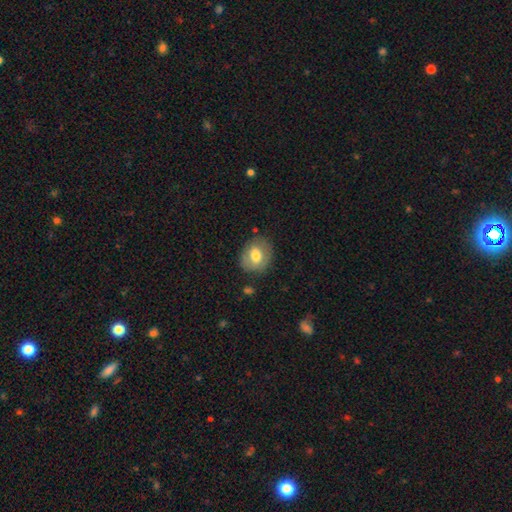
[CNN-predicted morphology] Q: Smooth or featured?
A: smooth (67%); runner-up: featured or disk (25%)
Q: How rounded?
A: round (55%); runner-up: in between (44%)
Q: Merging?
A: none (77%); runner-up: minor disturbance (16%)